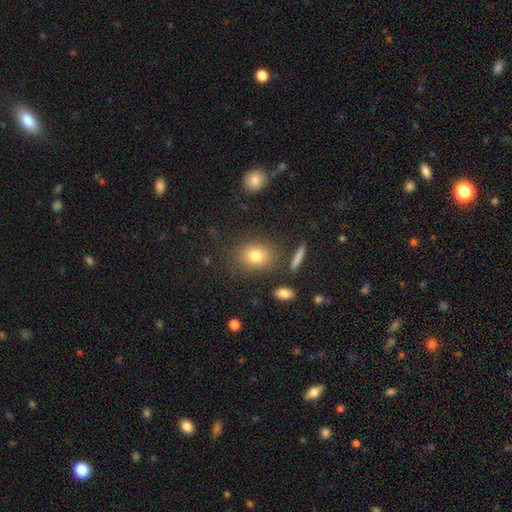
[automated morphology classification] This is likely a smooth galaxy (77%). How rounded: possibly in between (49%, tied with round). Merging: clearly none (81%).